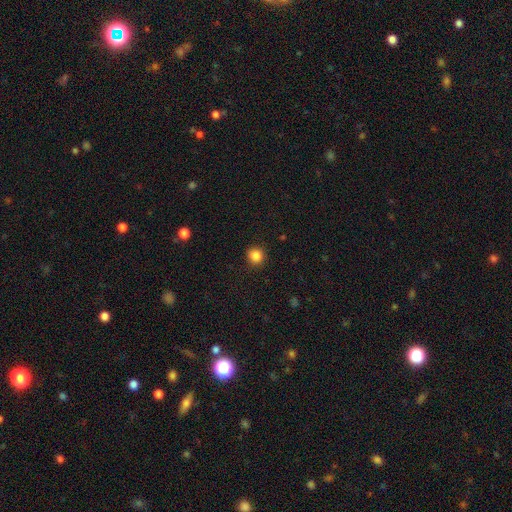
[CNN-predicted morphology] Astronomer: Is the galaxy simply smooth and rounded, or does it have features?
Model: smooth — 85%.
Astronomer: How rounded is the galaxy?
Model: round — 92%.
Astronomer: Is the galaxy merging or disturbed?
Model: none — 92%.